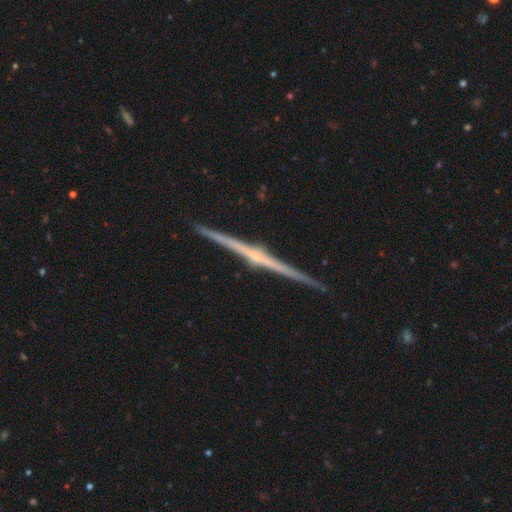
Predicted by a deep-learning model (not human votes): This appears to be a featured or disk galaxy (86%) viewed edge-on (99%) with a rounded central bulge (61%). Merging: none (93%).